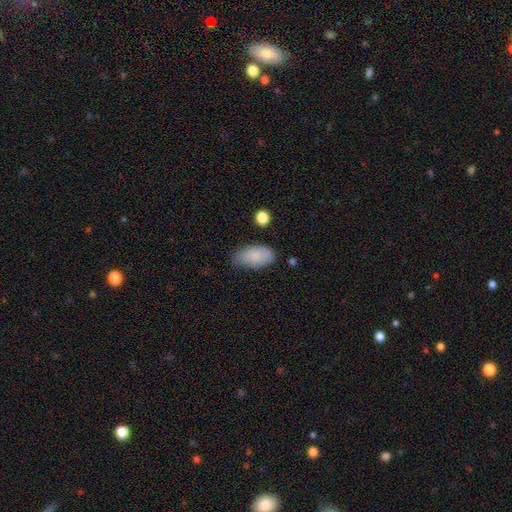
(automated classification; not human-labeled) smooth_or_featured: smooth (p=0.86) [alt: featured or disk p=0.08]
how_rounded: in between (p=0.93) [alt: cigar-shaped p=0.05]
merging: none (p=0.70) [alt: minor disturbance p=0.23]